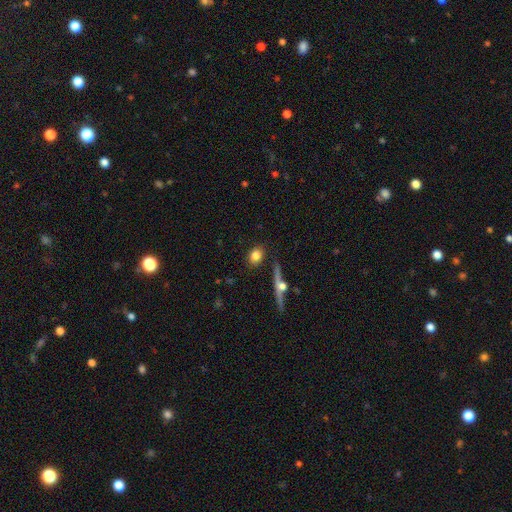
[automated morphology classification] Smooth or featured? smooth (77%)
How rounded? round (55%)
Merging? none (82%)